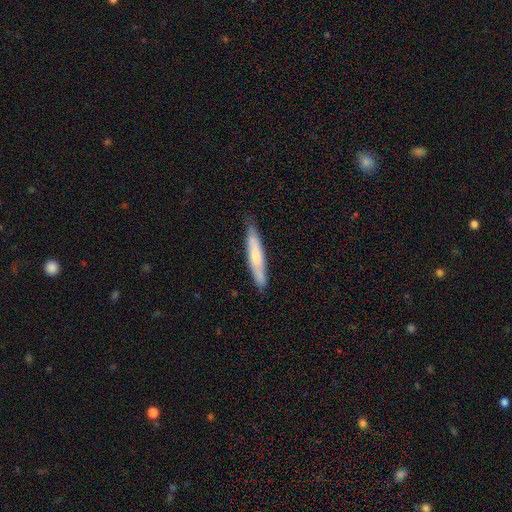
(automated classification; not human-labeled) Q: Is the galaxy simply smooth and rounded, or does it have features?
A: smooth — 60%.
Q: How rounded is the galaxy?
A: cigar-shaped — 90%.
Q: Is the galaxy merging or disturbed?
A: none — 81%.